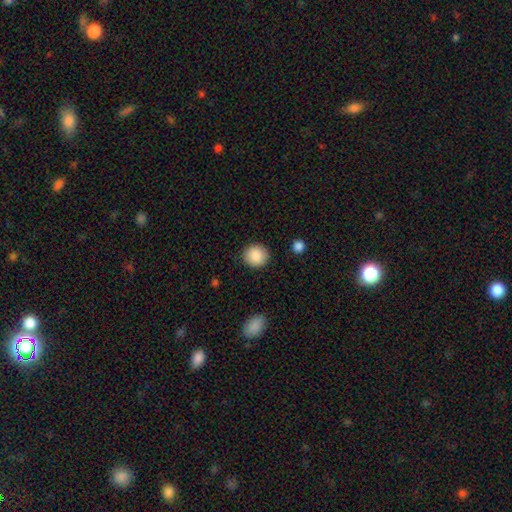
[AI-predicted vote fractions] A smooth galaxy with no disk features (89%) that is round (91%).

Vote fractions:
- Smooth or featured? smooth: 89% / star or artifact: 8% / featured or disk: 4%
- How rounded? round: 91% / in between: 8% / cigar-shaped: 1%
- Merging? none: 90% / minor disturbance: 6% / major disturbance: 2% / merger: 1%